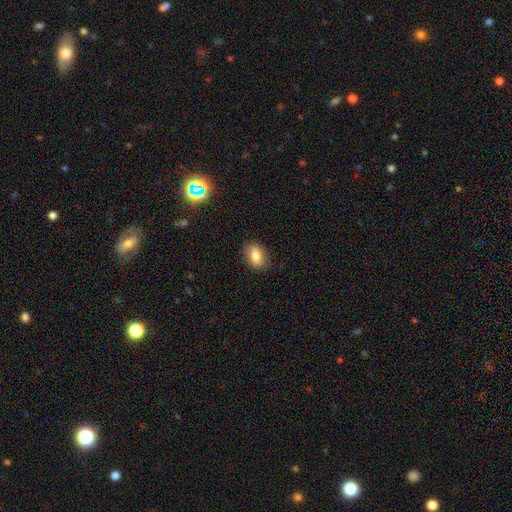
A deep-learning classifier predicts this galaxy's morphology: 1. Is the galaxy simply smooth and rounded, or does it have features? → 78% smooth, 13% featured or disk, 9% star or artifact.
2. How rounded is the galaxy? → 82% in between, 15% round, 2% cigar-shaped.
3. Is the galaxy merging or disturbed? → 85% none, 12% minor disturbance, 3% major disturbance, 1% merger.